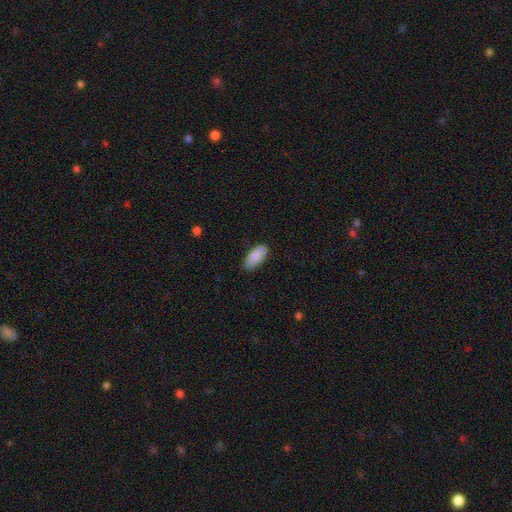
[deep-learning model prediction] smooth 87%, featured or disk 7%, star or artifact 6%. Down the decision tree: how rounded — in between (89%); merging — none (86%).